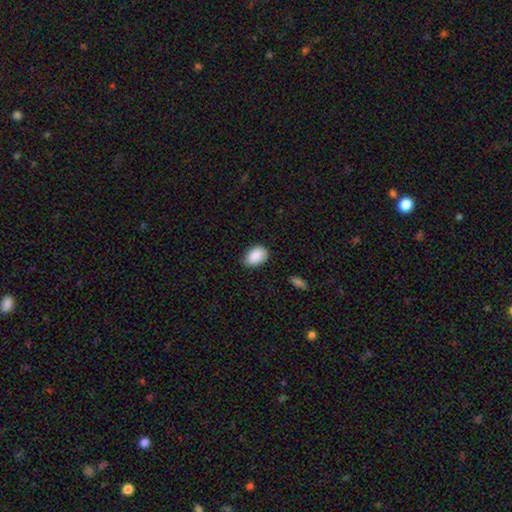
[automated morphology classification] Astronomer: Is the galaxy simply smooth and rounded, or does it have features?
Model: smooth — 89%.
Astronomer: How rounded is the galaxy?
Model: in between — 85%.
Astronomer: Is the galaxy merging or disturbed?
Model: none — 78%.